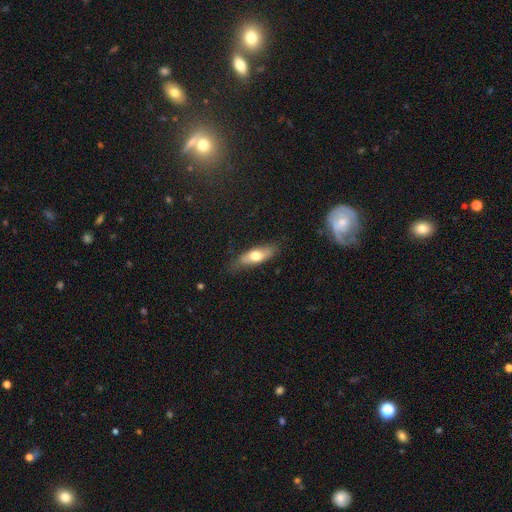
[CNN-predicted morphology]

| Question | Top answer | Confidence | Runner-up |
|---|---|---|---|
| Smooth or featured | smooth | 64% | featured or disk (30%) |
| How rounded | in between | 58% | cigar-shaped (39%) |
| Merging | none | 75% | minor disturbance (19%) |